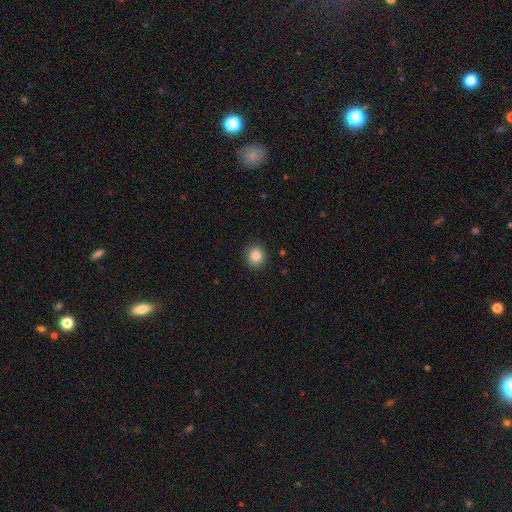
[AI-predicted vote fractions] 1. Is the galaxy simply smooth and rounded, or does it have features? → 86% smooth, 10% star or artifact, 5% featured or disk.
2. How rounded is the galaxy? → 85% round, 14% in between, 1% cigar-shaped.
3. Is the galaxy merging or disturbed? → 90% none, 7% minor disturbance, 2% major disturbance, 1% merger.